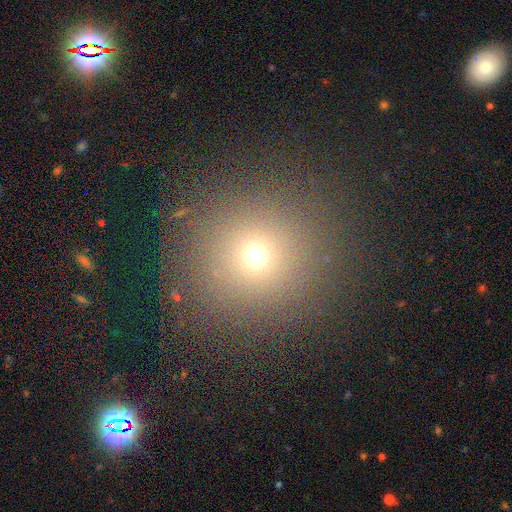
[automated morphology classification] Smooth or featured? Predicted: smooth (p=0.67). How rounded? Predicted: round (p=0.92). Merging? Predicted: none (p=0.87).